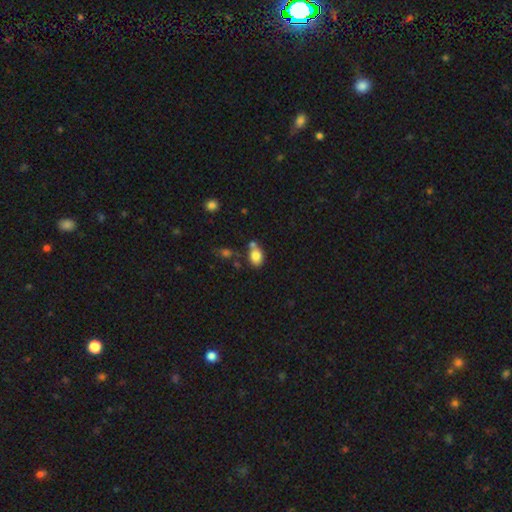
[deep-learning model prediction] Overall: smooth (82%). How rounded: in between (71%). Merging: none (57%; merger 23%).